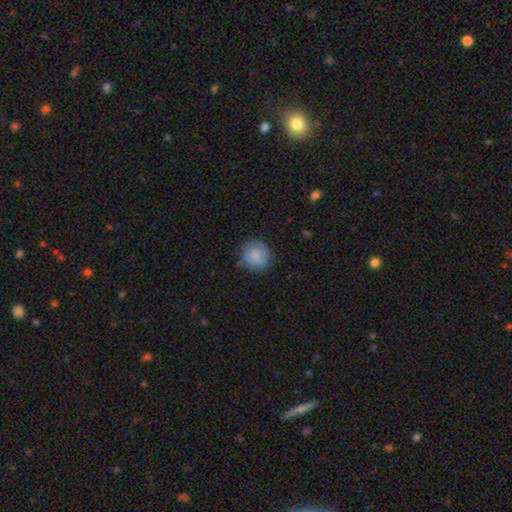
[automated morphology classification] smooth_or_featured: smooth (p=0.85) [alt: featured or disk p=0.07]
how_rounded: round (p=0.90) [alt: in between p=0.09]
merging: none (p=0.82) [alt: minor disturbance p=0.13]